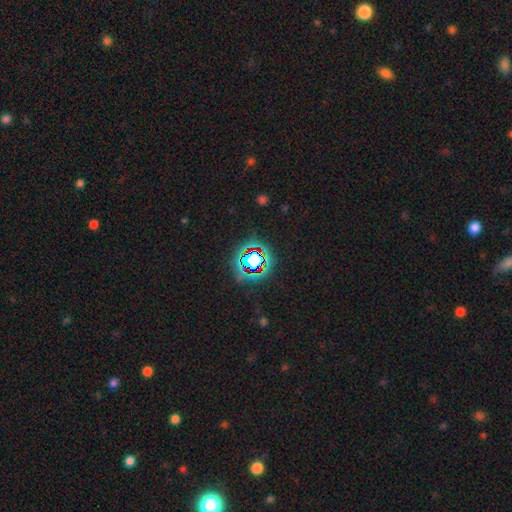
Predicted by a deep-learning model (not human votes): Smooth or featured?
  - star or artifact: 71% *
  - smooth: 17%
  - featured or disk: 12%